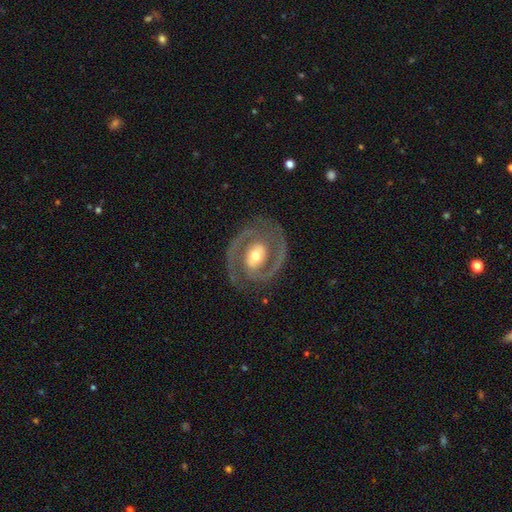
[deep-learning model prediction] Smooth or featured: featured or disk — 90% (smooth — 6%)
Edge-on disk: no — 97% (yes — 3%)
Bar: no — 38% (weak — 36%)
Spiral arms: yes — 96% (no — 4%)
Spiral winding: medium — 49% (tight — 42%)
Spiral arm count: 2 — 92% (can't tell — 3%)
Bulge size: moderate — 67% (small — 23%)
Merging: none — 82% (minor disturbance — 12%)